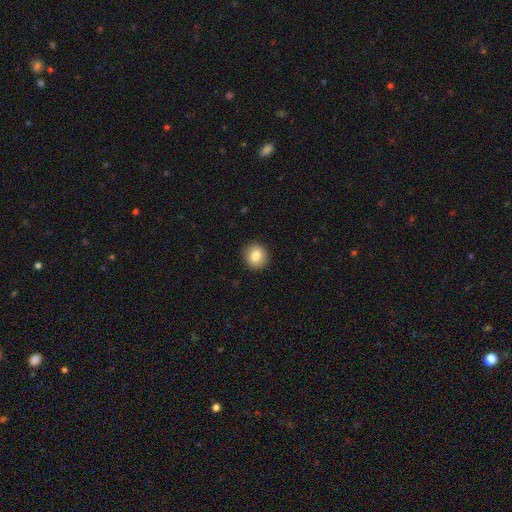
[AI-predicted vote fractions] Q: Smooth or featured?
A: smooth (83%); runner-up: star or artifact (9%)
Q: How rounded?
A: round (88%); runner-up: in between (11%)
Q: Merging?
A: none (91%); runner-up: minor disturbance (6%)